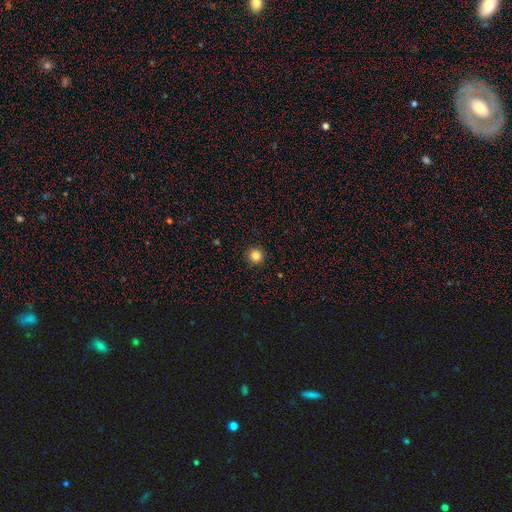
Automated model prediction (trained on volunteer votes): This appears to be a smooth galaxy with no disk features (84%) that is round (95%). Merging: none (93%).